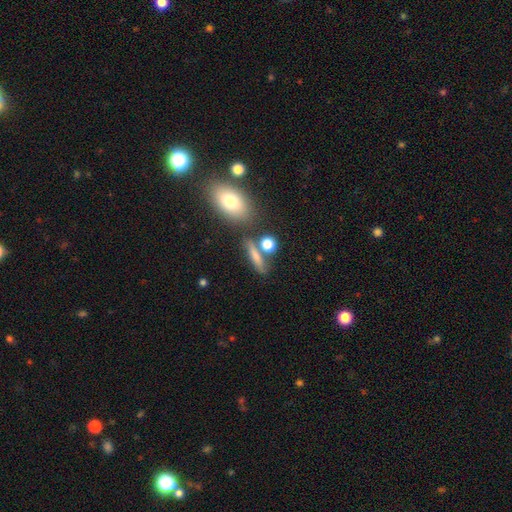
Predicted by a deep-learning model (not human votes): smooth_or_featured: smooth (p=0.72) [alt: featured or disk p=0.17]
how_rounded: cigar-shaped (p=0.51) [alt: in between p=0.25]
merging: none (p=0.67) [alt: merger p=0.16]